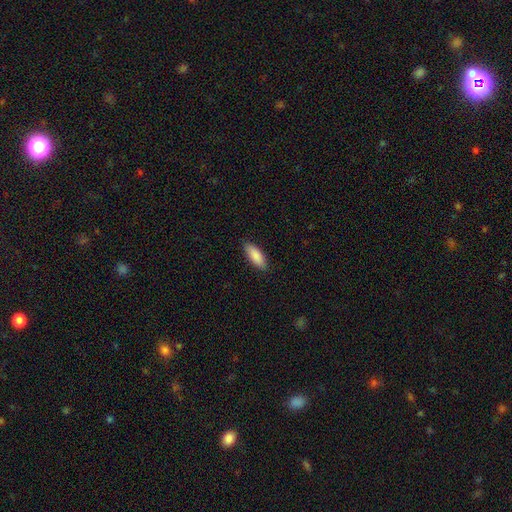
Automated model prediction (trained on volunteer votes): A smooth galaxy with no disk features (88%) that is in between round and cigar-shaped (71%). Merging: none (87%).